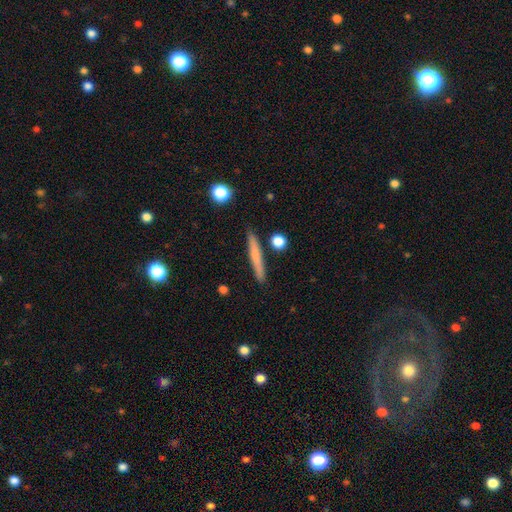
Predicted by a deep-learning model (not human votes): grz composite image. It shows a smooth galaxy with no disk features (66%) that is cigar-shaped (95%). Merging: none (88%).